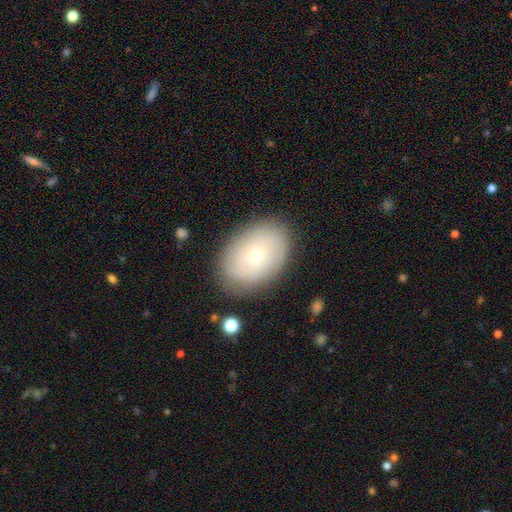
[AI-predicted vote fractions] smooth 53%, featured or disk 39%, star or artifact 8%. Down the decision tree: how rounded — in between (81%); merging — none (83%).